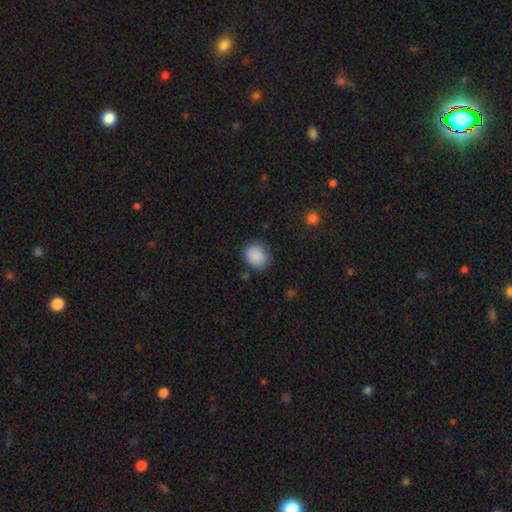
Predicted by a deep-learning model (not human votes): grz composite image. It shows a smooth galaxy with no disk features (88%) that is round (64%). Merging: none (81%).